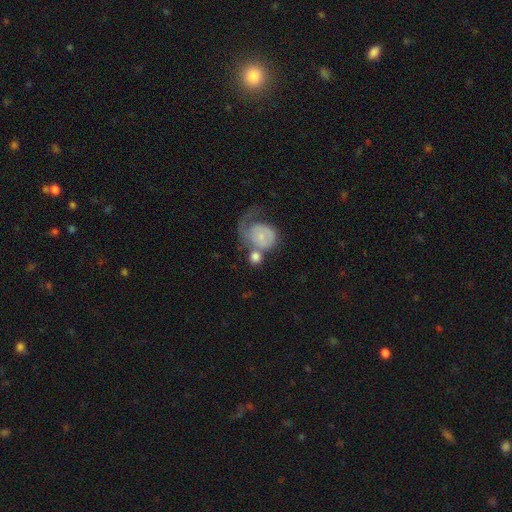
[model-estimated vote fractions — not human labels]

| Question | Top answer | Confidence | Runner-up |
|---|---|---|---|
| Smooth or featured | smooth | 55% | featured or disk (37%) |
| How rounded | round | 69% | in between (30%) |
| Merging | merger | 33% | none (32%) |